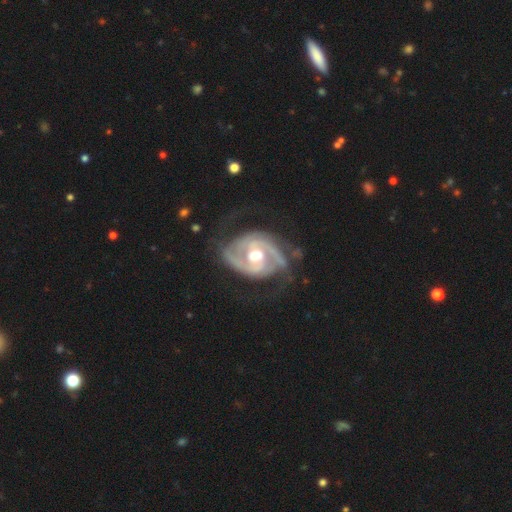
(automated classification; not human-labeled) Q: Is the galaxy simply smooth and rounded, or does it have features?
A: featured or disk — 91%.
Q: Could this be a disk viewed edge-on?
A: no — 98%.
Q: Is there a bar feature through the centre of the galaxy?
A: no — 47%.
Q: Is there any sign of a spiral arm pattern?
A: yes — 96%.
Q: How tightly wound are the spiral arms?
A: tight — 47%.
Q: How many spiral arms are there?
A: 2 — 66%.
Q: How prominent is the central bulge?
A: moderate — 70%.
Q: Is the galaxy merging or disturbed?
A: none — 61%.